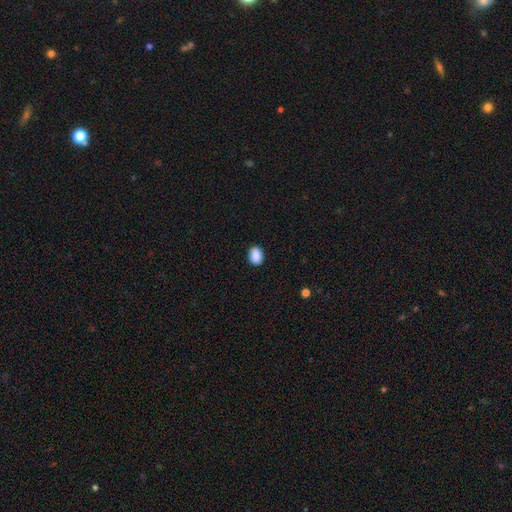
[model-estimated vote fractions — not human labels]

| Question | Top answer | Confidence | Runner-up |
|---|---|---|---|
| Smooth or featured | smooth | 89% | star or artifact (8%) |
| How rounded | in between | 67% | round (32%) |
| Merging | none | 89% | minor disturbance (8%) |